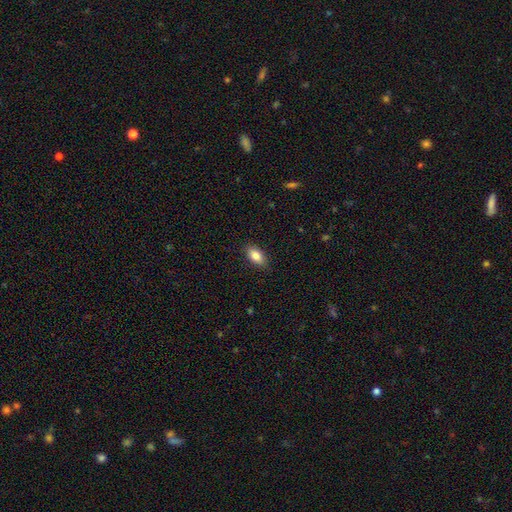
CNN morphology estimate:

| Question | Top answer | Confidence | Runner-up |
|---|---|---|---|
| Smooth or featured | smooth | 83% | featured or disk (10%) |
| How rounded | in between | 90% | cigar-shaped (5%) |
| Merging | none | 87% | minor disturbance (10%) |